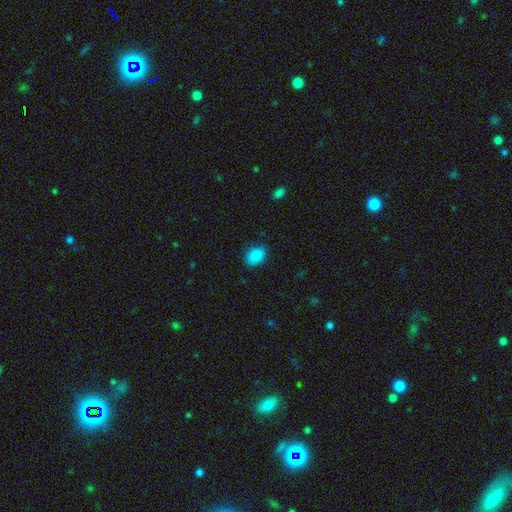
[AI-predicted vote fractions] smooth_or_featured: smooth (p=0.89) [alt: star or artifact p=0.09]
how_rounded: in between (p=0.82) [alt: round p=0.17]
merging: none (p=0.86) [alt: minor disturbance p=0.11]